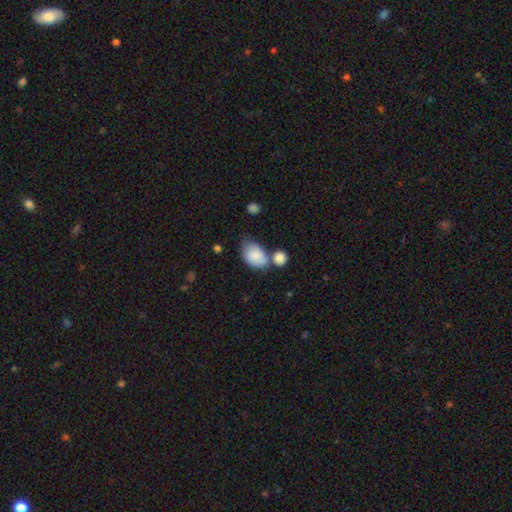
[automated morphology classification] Smooth or featured?
  - smooth: 85% *
  - featured or disk: 9%
  - star or artifact: 7%
How rounded?
  - in between: 88% *
  - round: 10%
  - cigar-shaped: 1%
Merging?
  - none: 37% *
  - merger: 32%
  - minor disturbance: 22%
  - major disturbance: 9%